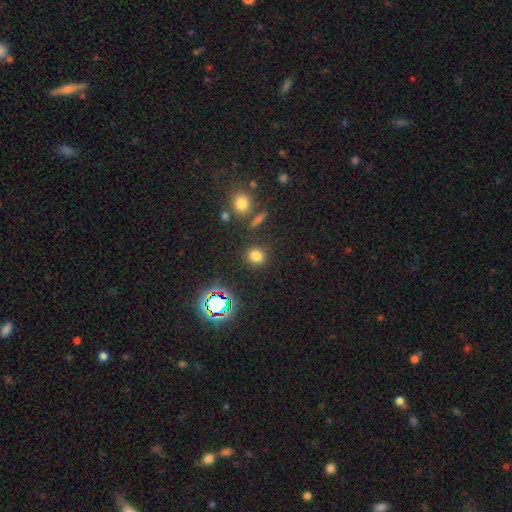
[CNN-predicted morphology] A smooth galaxy with no disk features (75%) that is round (84%). Merging: none (87%).